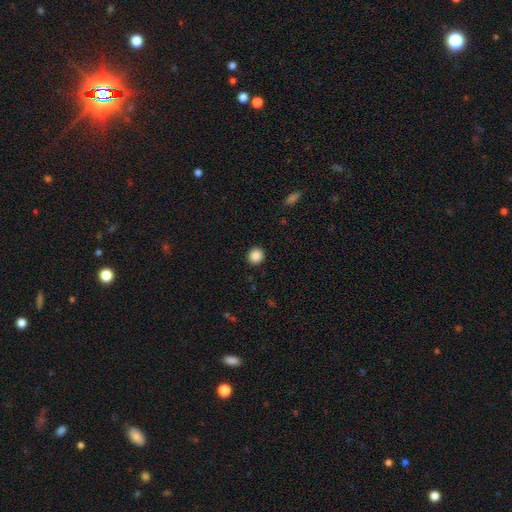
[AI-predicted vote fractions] Smooth or featured? smooth (88%)
How rounded? round (89%)
Merging? none (92%)